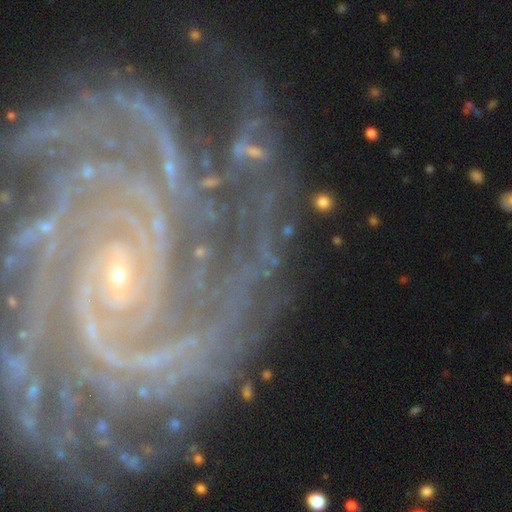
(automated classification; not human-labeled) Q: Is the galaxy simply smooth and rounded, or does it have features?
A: featured or disk — 88%.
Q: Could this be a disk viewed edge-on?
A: no — 97%.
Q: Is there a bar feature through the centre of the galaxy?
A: no — 39%.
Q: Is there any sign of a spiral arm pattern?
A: yes — 98%.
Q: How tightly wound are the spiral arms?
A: tight — 78%.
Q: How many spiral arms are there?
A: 2 — 21%.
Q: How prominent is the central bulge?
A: small — 83%.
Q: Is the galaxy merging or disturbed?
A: none — 69%.